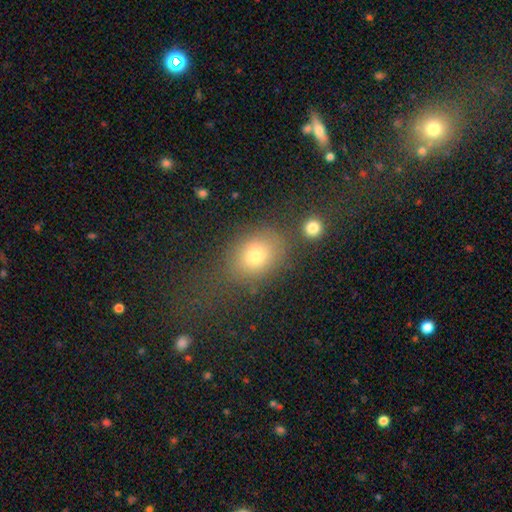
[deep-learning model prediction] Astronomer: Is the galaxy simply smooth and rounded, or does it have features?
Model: smooth — 77%.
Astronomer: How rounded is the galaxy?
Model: in between — 62%.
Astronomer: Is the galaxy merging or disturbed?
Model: none — 64%.